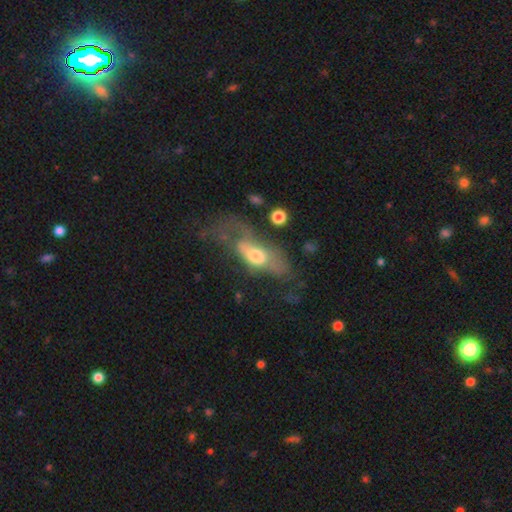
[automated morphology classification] Overall: smooth (48%; featured or disk 45%). Merging: major disturbance (48%; none 25%).